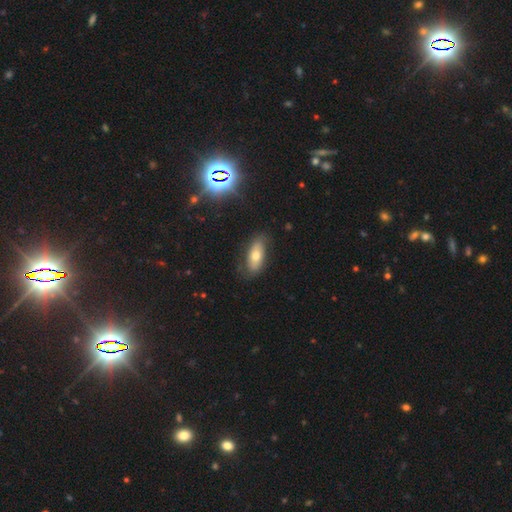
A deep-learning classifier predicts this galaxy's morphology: type=smooth (63%); roundness=in between (80%); merging=none (73%).